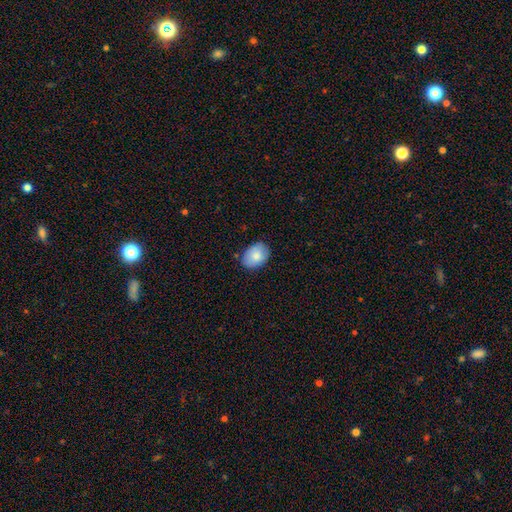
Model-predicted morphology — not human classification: A smooth galaxy with no disk features (83%) that is in between round and cigar-shaped (79%).

Vote fractions:
- Smooth or featured? smooth: 83% / featured or disk: 11% / star or artifact: 7%
- How rounded? in between: 79% / round: 20% / cigar-shaped: 1%
- Merging? none: 80% / minor disturbance: 16% / major disturbance: 3% / merger: 1%